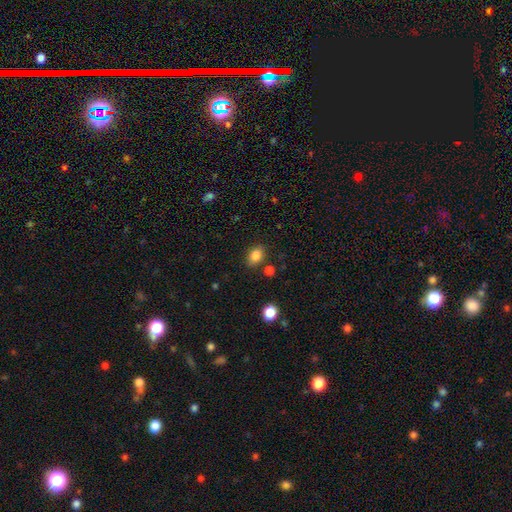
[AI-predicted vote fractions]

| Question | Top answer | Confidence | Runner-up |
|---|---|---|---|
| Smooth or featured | smooth | 84% | star or artifact (10%) |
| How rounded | in between | 69% | round (30%) |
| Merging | none | 81% | minor disturbance (11%) |